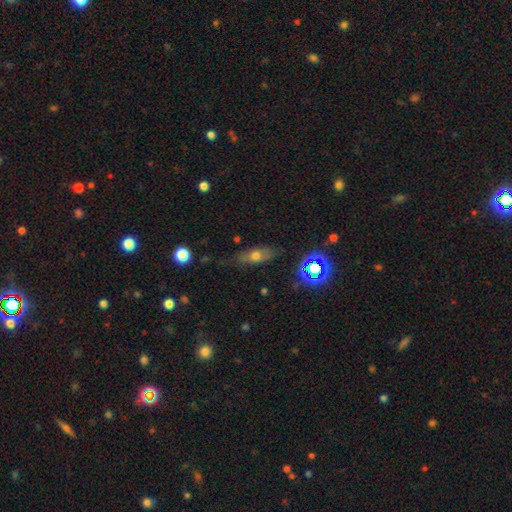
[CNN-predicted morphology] type=smooth (56%); roundness=in between (61%); merging=none (76%).